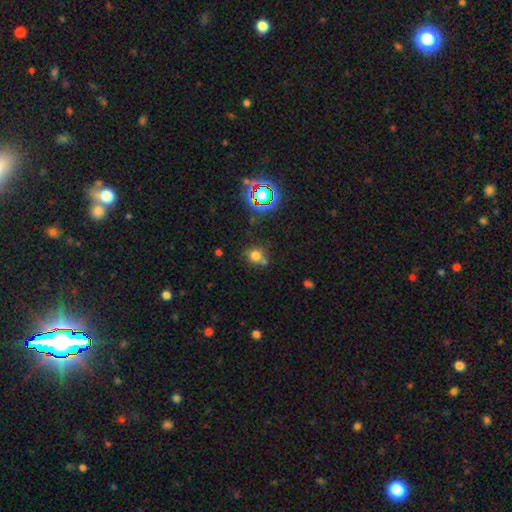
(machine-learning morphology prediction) Smooth or featured?
  - smooth: 71% *
  - star or artifact: 20%
  - featured or disk: 10%
How rounded?
  - round: 82% *
  - in between: 17%
  - cigar-shaped: 1%
Merging?
  - none: 61% *
  - merger: 20%
  - minor disturbance: 15%
  - major disturbance: 5%